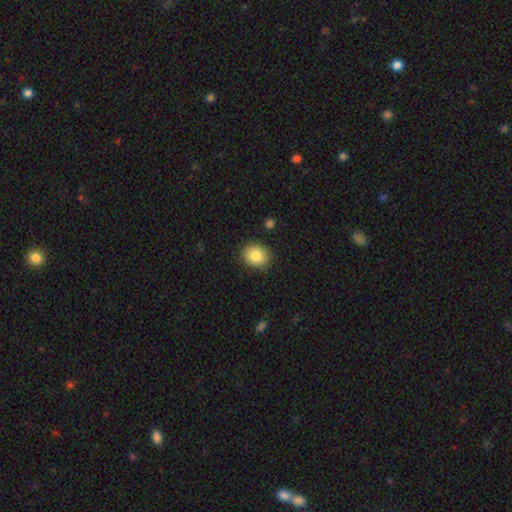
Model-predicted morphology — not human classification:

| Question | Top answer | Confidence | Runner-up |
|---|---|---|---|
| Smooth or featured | smooth | 84% | star or artifact (8%) |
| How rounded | round | 57% | in between (42%) |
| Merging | none | 88% | minor disturbance (9%) |